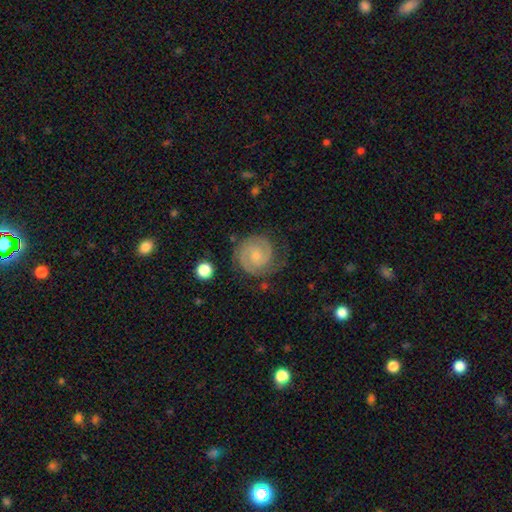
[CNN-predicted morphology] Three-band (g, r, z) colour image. It shows a featured or disk galaxy (80%) with no bar (61%), 2 (77%) tight (65%) spiral arms (97%) and a small central bulge (61%). Merging: none (74%).